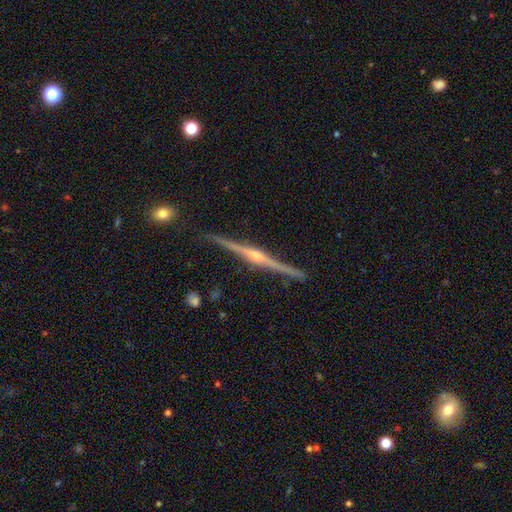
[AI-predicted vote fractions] This is clearly a featured or disk galaxy (90%). It is clearly viewed edge-on (99%). Edge-on bulge: clearly rounded (90%). Merging: clearly none (91%).